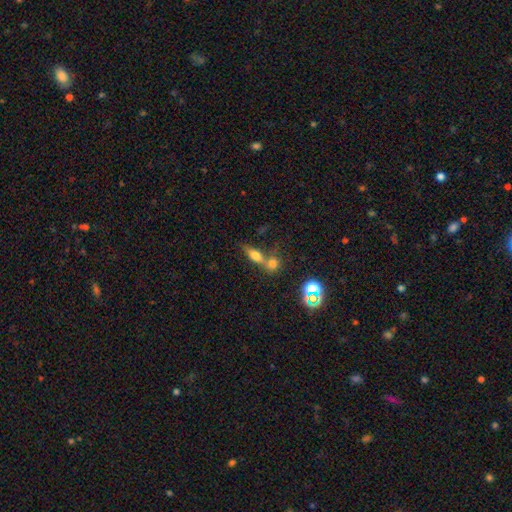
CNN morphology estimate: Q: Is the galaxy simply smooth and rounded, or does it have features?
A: smooth — 59%.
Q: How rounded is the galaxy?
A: in between — 58%.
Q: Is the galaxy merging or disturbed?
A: merger — 49%.